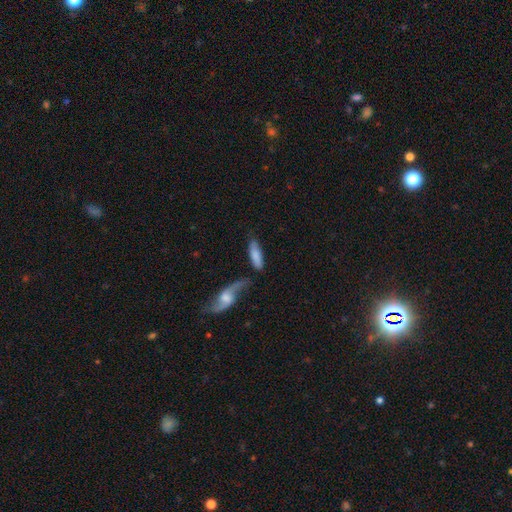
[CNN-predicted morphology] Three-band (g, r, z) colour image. It shows a smooth galaxy with no disk features (74%) that is in between round and cigar-shaped (56%). Merging: none (58%).